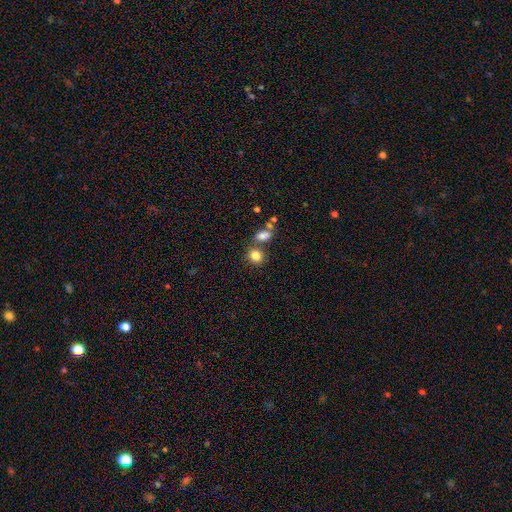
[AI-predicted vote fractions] Smooth or featured? smooth (82%)
How rounded? round (52%)
Merging? none (59%)